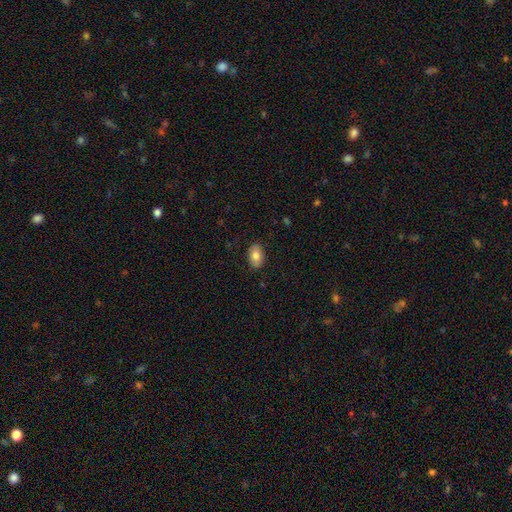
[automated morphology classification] A smooth galaxy with no disk features (80%) that is in between round and cigar-shaped (87%). Merging: none (87%).